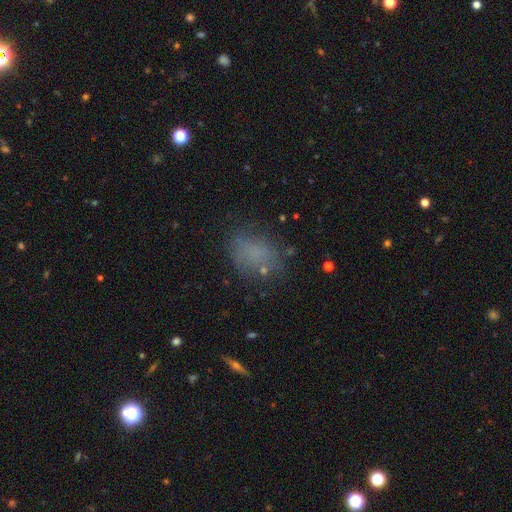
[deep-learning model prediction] smooth-or-featured: smooth: 68% | star or artifact: 19% | featured or disk: 13%
  how-rounded: in between: 66% | round: 32% | cigar-shaped: 2%
  merging: none: 67% | minor disturbance: 19% | major disturbance: 11% | merger: 3%